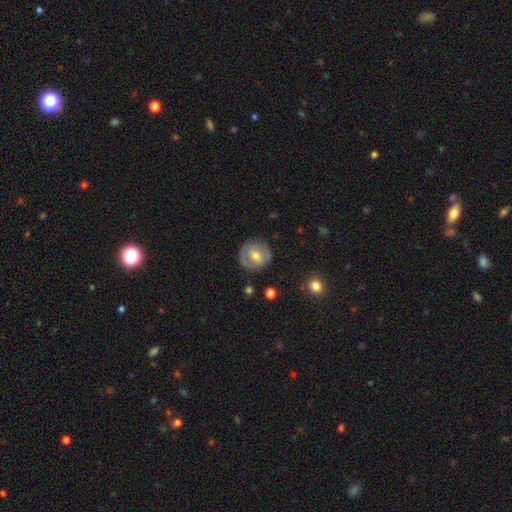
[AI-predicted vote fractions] Smooth or featured? Predicted: featured or disk (p=0.49). Merging? Predicted: none (p=0.80).